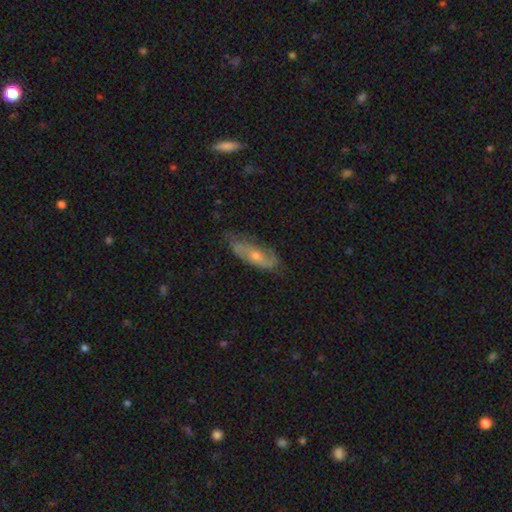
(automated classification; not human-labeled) Smooth or featured: featured or disk — 63% (smooth — 30%)
Edge-on disk: no — 80% (yes — 20%)
Bar: no — 67% (weak — 26%)
Spiral arms: yes — 83% (no — 17%)
Bulge size: small — 48% (moderate — 47%)
Merging: none — 65% (minor disturbance — 26%)